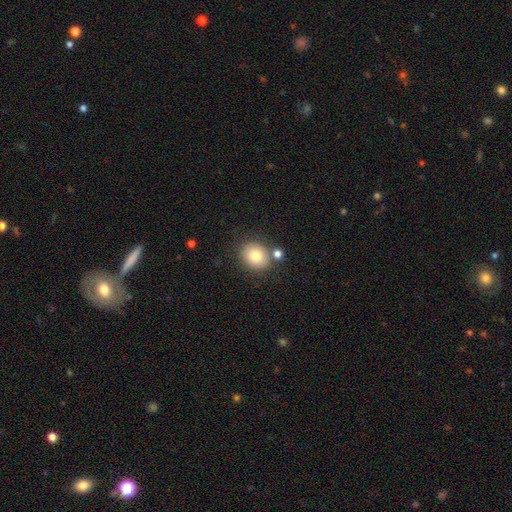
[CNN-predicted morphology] type=smooth (79%); roundness=round (70%); merging=none (73%).